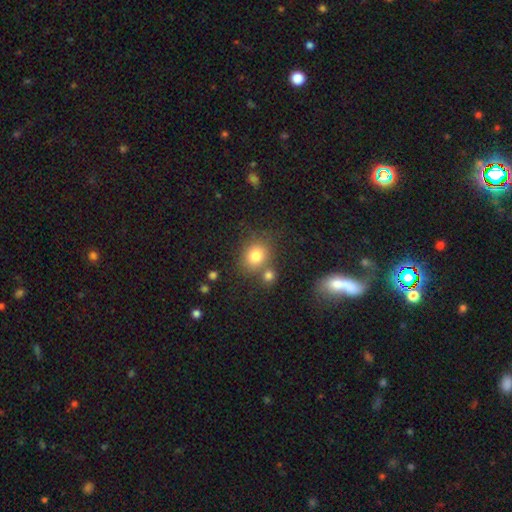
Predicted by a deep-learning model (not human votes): smooth 78%, star or artifact 12%, featured or disk 10%. Down the decision tree: how rounded — round (68%); merging — none (63%).